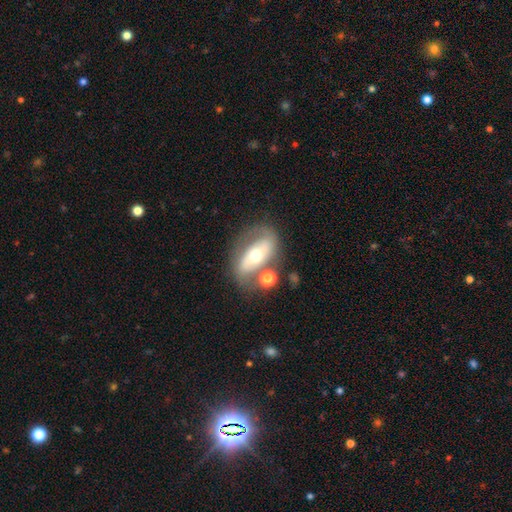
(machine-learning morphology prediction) Overall: featured or disk (63%; smooth 29%). Edge-on disk: no (89%). Bar: no (50%; strong 30%). Spiral arms: yes (52%; no 48%). Bulge size: moderate (66%). Merging: none (58%).